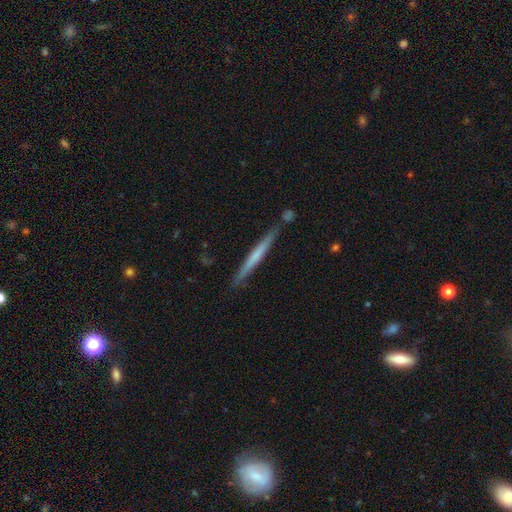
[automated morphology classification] This appears to be a featured or disk galaxy (48%). Merging: none (83%).